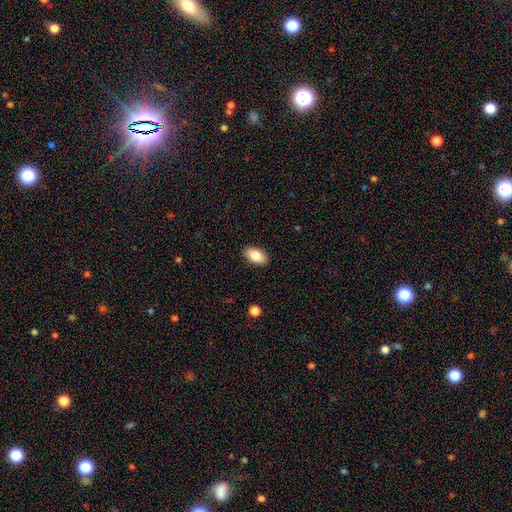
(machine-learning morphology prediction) The model was most divided on "smooth or featured": smooth: 84%, featured or disk: 9%, star or artifact: 7%. More confident: how rounded — in between (93%); merging — none (89%).